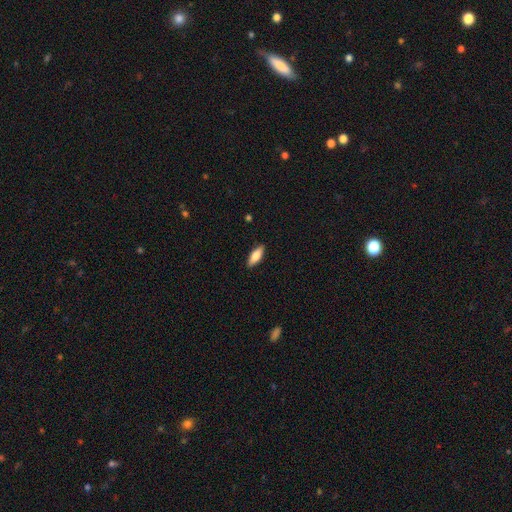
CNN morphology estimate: The model was most divided on "how rounded": in between: 66%, cigar-shaped: 32%, round: 2%. More confident: merging — none (89%); smooth or featured — smooth (74%).